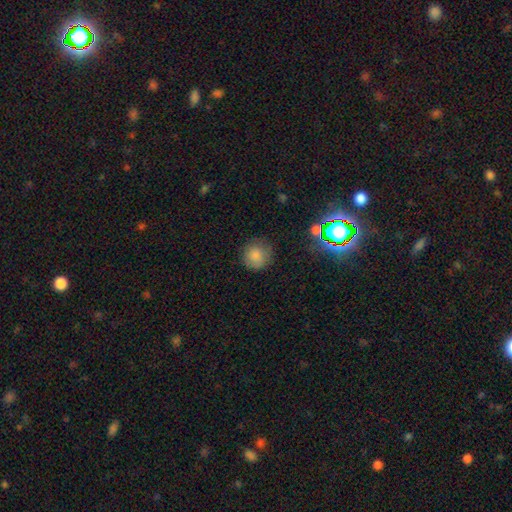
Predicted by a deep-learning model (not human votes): smooth-or-featured: smooth: 82% | star or artifact: 12% | featured or disk: 7%
  how-rounded: round: 92% | in between: 7% | cigar-shaped: 1%
  merging: none: 80% | minor disturbance: 14% | major disturbance: 4% | merger: 2%